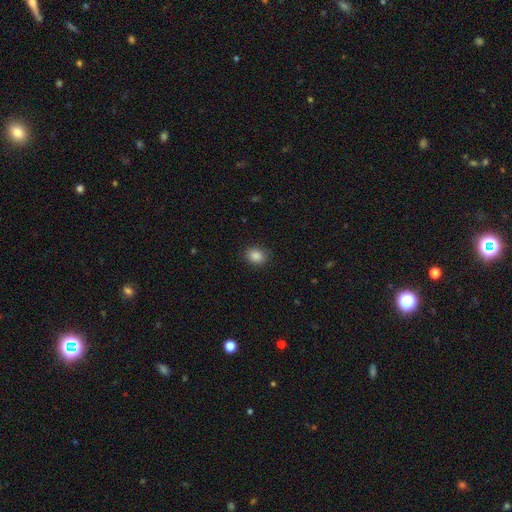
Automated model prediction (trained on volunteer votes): A smooth galaxy with no disk features (87%) that is round (53%). Merging: none (88%).